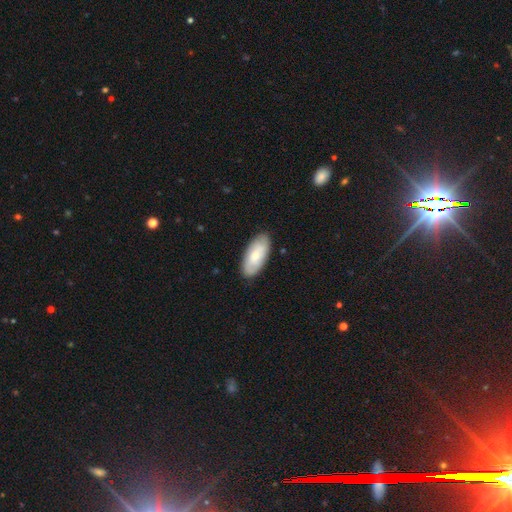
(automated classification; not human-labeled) Smooth or featured?
  - smooth: 64% *
  - featured or disk: 31%
  - star or artifact: 5%
How rounded?
  - in between: 89% *
  - cigar-shaped: 9%
  - round: 2%
Merging?
  - none: 86% *
  - minor disturbance: 11%
  - major disturbance: 2%
  - merger: 1%